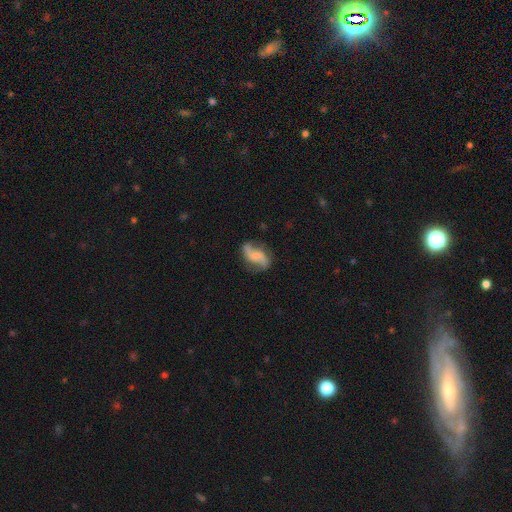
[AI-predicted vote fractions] Smooth or featured? featured or disk (74%)
Edge-on disk? no (97%)
Bar? no (50%)
Spiral arms? yes (94%)
Spiral winding? loose (69%)
Spiral arm count? 2 (91%)
Bulge size? none (47%)
Merging? none (69%)